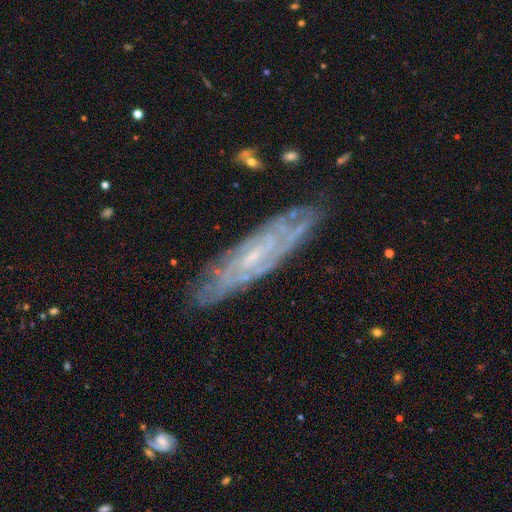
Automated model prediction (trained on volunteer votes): Q: Smooth or featured?
A: featured or disk (79%); runner-up: smooth (13%)
Q: Edge-on disk?
A: no (70%); runner-up: yes (30%)
Q: Bar?
A: no (44%); runner-up: weak (41%)
Q: Spiral arms?
A: yes (89%); runner-up: no (11%)
Q: Bulge size?
A: small (73%); runner-up: moderate (15%)
Q: Merging?
A: none (81%); runner-up: minor disturbance (14%)